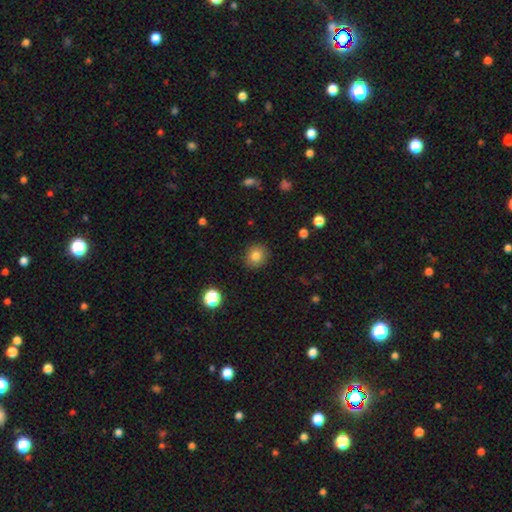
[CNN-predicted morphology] Smooth or featured? Predicted: smooth (p=0.81). How rounded? Predicted: round (p=0.86). Merging? Predicted: none (p=0.90).